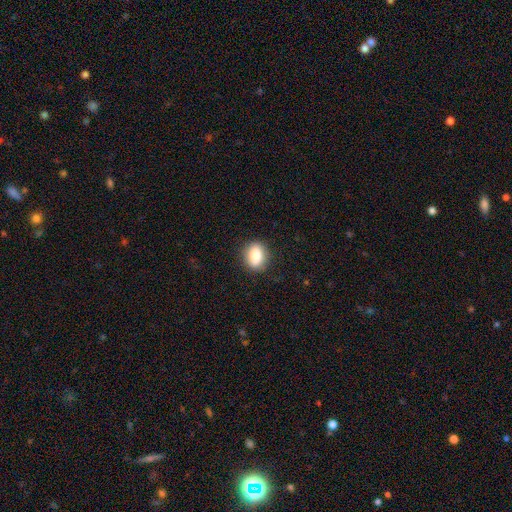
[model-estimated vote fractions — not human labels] Smooth or featured: smooth — 85% (star or artifact — 8%)
How rounded: in between — 66% (round — 31%)
Merging: none — 85% (minor disturbance — 11%)